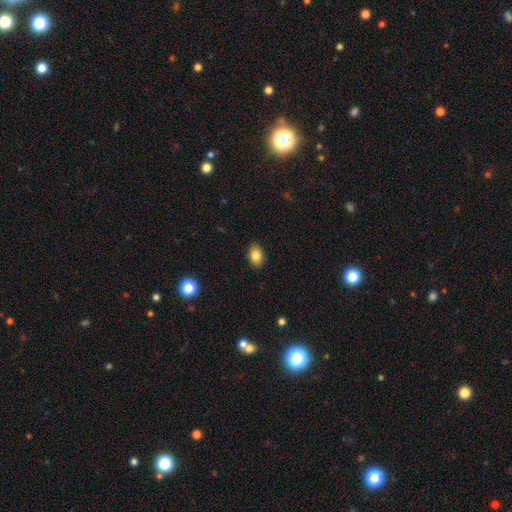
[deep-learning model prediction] A smooth galaxy with no disk features (83%) that is in between round and cigar-shaped (80%). Merging: none (88%).